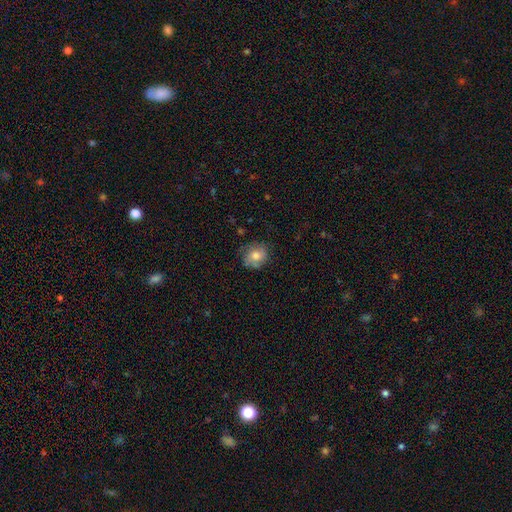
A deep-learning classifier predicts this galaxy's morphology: Smooth or featured? Predicted: smooth (p=0.71). How rounded? Predicted: round (p=0.74). Merging? Predicted: none (p=0.70).